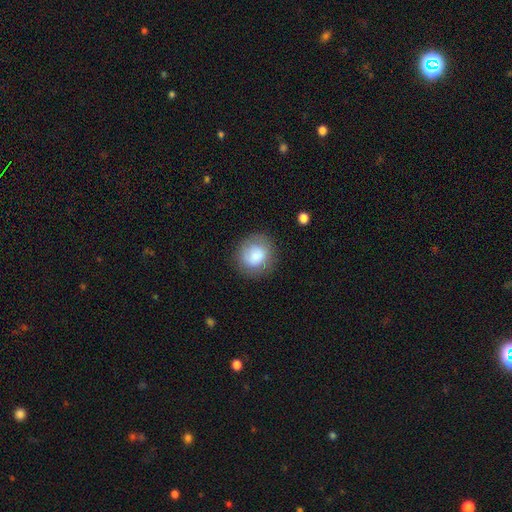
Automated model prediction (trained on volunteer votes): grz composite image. It shows a smooth galaxy with no disk features (77%) that is round (85%). Merging: none (77%).